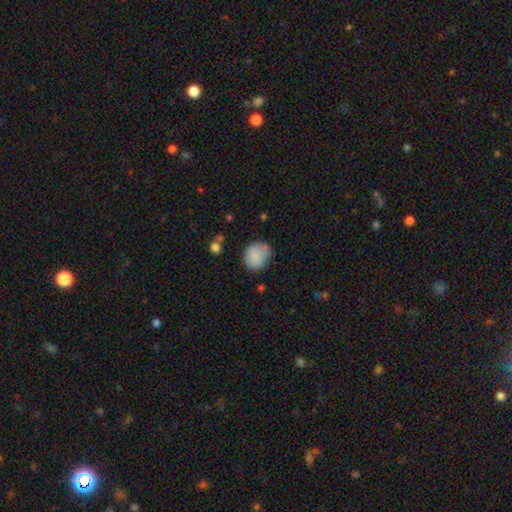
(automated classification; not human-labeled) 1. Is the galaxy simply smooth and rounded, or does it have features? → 82% smooth, 10% featured or disk, 8% star or artifact.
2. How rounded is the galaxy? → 69% round, 30% in between, 1% cigar-shaped.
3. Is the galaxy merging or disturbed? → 68% none, 21% minor disturbance, 5% major disturbance, 5% merger.